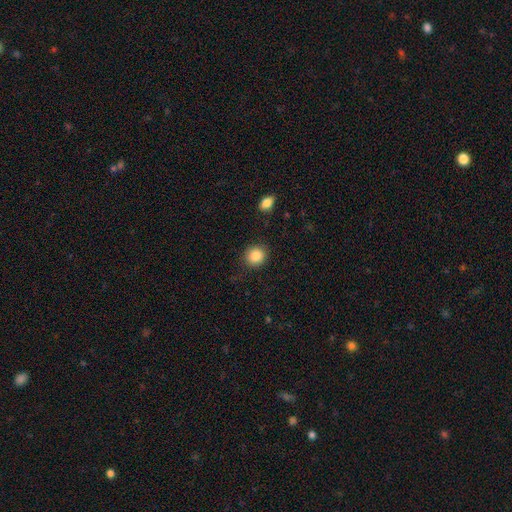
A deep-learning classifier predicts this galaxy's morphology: This appears to be a smooth galaxy with no disk features (87%) that is round (85%). Merging: none (88%).